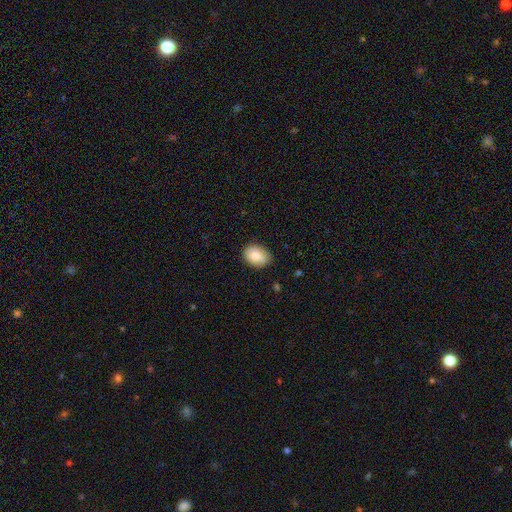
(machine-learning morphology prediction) smooth_or_featured: smooth (p=0.85) [alt: featured or disk p=0.08]
how_rounded: in between (p=0.80) [alt: round p=0.19]
merging: none (p=0.79) [alt: minor disturbance p=0.17]